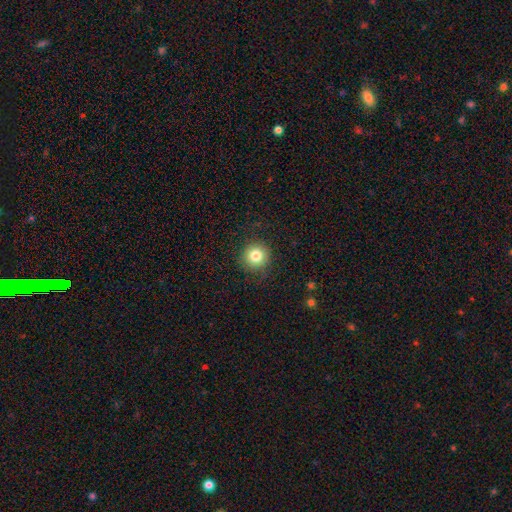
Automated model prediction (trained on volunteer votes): smooth-or-featured: smooth: 81% | star or artifact: 11% | featured or disk: 8%
  how-rounded: round: 94% | in between: 5% | cigar-shaped: 1%
  merging: none: 87% | minor disturbance: 8% | major disturbance: 3% | merger: 1%